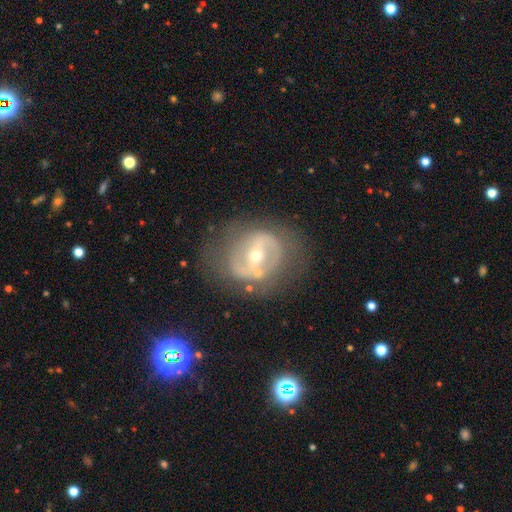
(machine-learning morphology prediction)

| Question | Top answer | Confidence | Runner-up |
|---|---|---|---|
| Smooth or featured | featured or disk | 79% | smooth (14%) |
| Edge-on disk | no | 95% | yes (5%) |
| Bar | strong | 44% | weak (34%) |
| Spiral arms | yes | 60% | no (40%) |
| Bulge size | small | 52% | moderate (45%) |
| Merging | none | 68% | minor disturbance (18%) |